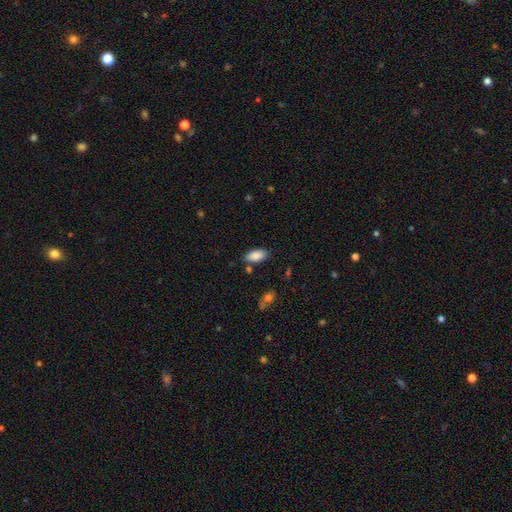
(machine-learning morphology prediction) smooth_or_featured: smooth (p=0.88) [alt: star or artifact p=0.07]
how_rounded: in between (p=0.92) [alt: cigar-shaped p=0.05]
merging: none (p=0.83) [alt: minor disturbance p=0.11]